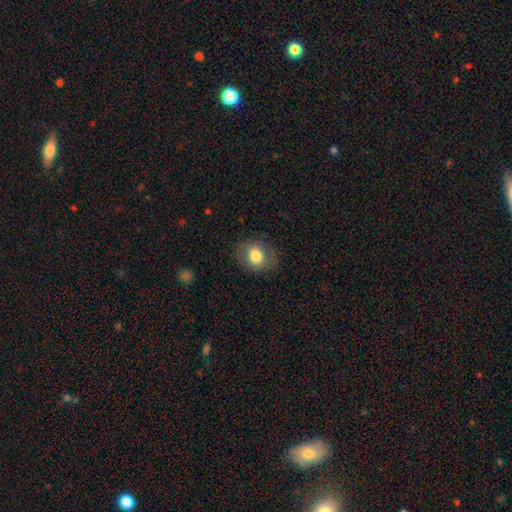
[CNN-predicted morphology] type=smooth (76%); roundness=round (52%); merging=none (82%).